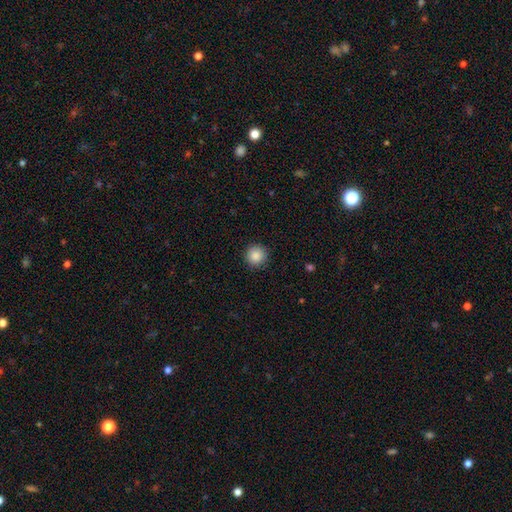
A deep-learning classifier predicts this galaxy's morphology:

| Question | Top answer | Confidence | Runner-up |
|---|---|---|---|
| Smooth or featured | smooth | 87% | star or artifact (9%) |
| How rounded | round | 95% | in between (4%) |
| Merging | none | 91% | minor disturbance (6%) |